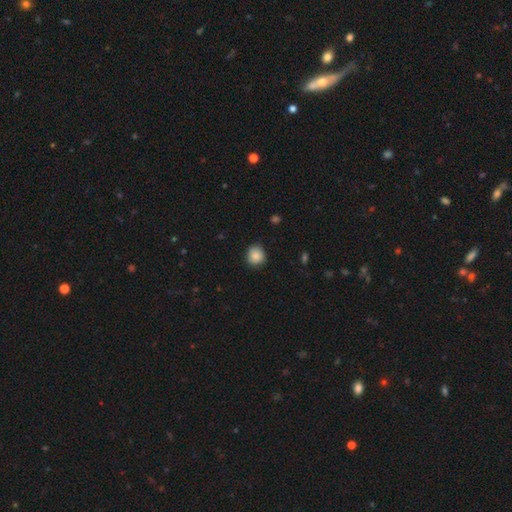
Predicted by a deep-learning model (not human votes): Overall: smooth (87%). How rounded: round (86%). Merging: none (84%).